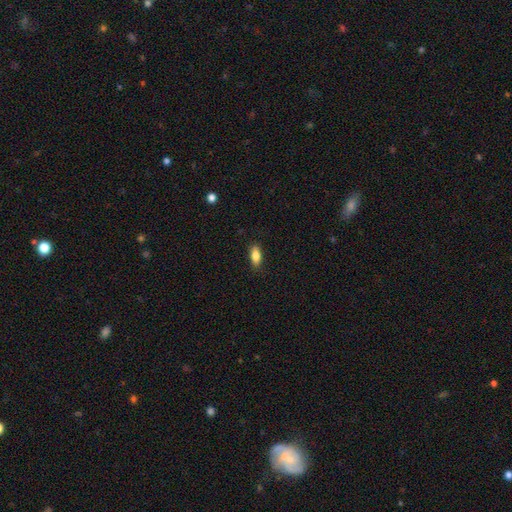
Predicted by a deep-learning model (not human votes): Smooth or featured? Predicted: smooth (p=0.82). How rounded? Predicted: in between (p=0.81). Merging? Predicted: none (p=0.86).